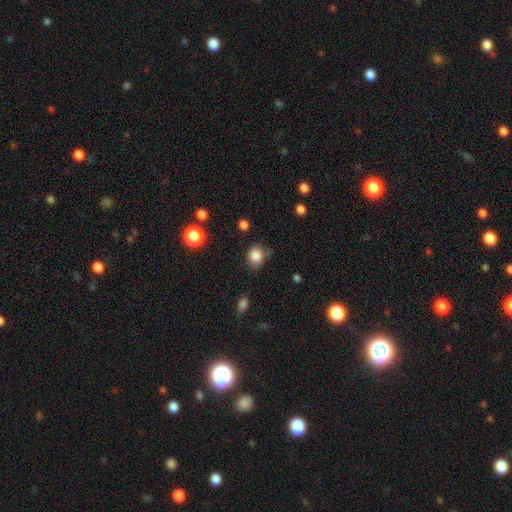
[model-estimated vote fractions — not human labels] The model was most divided on "how rounded": round: 59%, in between: 40%, cigar-shaped: 1%. More confident: smooth or featured — smooth (85%); merging — none (69%).